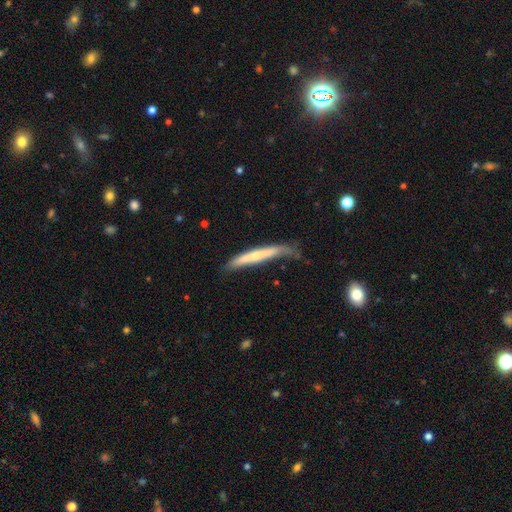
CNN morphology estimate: A smooth galaxy with no disk features (55%) that is cigar-shaped (95%). Merging: none (51%).